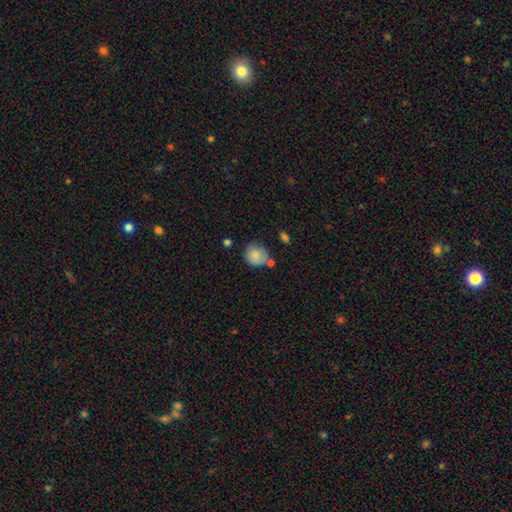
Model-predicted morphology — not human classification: A smooth galaxy with no disk features (83%) that is round (77%). Merging: none (58%).